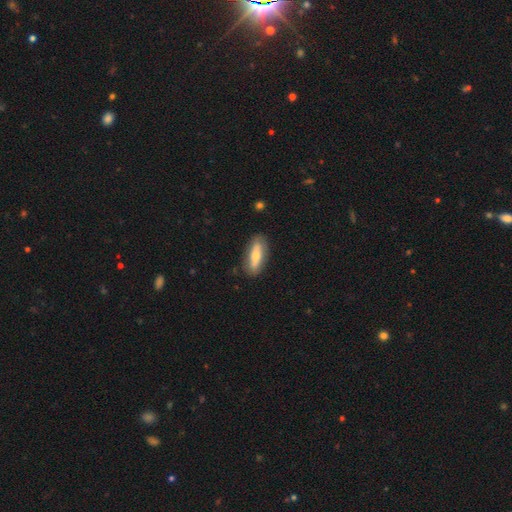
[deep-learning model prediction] Smooth or featured?
  - smooth: 63% *
  - featured or disk: 31%
  - star or artifact: 6%
How rounded?
  - in between: 60% *
  - cigar-shaped: 37%
  - round: 2%
Merging?
  - none: 83% *
  - minor disturbance: 12%
  - major disturbance: 3%
  - merger: 2%